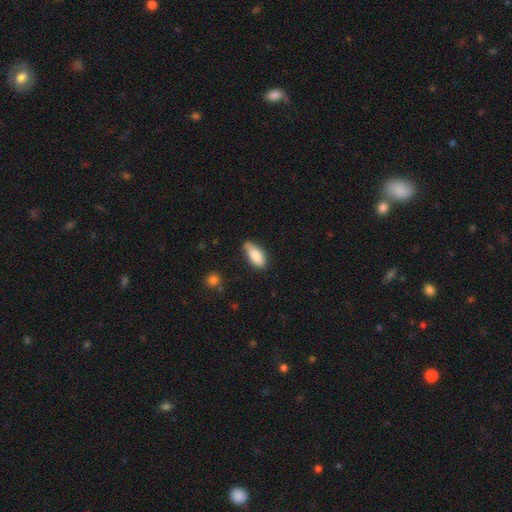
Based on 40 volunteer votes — This appears to be a smooth galaxy with no disk features (98%) that is in between round and cigar-shaped (85%). Merging: none (75%).